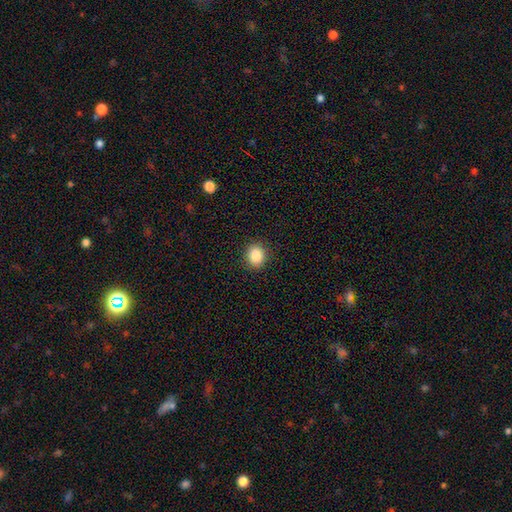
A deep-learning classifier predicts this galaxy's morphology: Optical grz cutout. It shows a smooth galaxy with no disk features (86%) that is round (67%). Merging: none (90%).